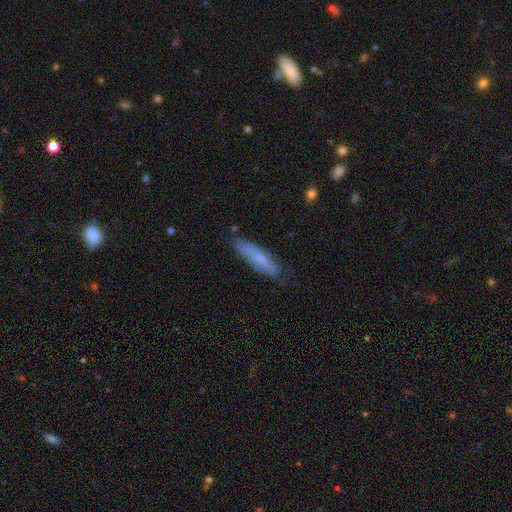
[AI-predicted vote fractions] Smooth or featured: smooth — 59% (featured or disk — 33%)
How rounded: cigar-shaped — 75% (in between — 23%)
Merging: none — 80% (minor disturbance — 15%)